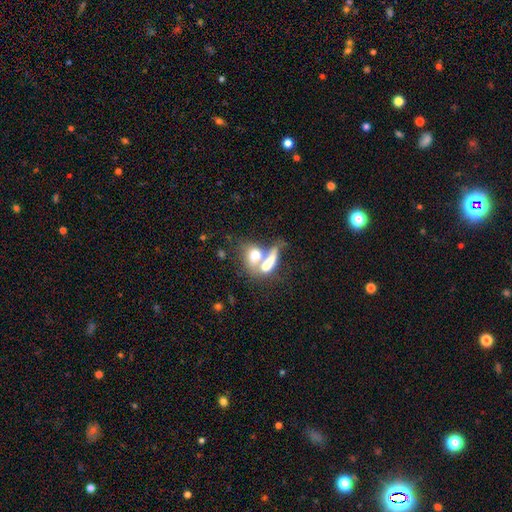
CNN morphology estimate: smooth-or-featured: smooth: 64% | featured or disk: 28% | star or artifact: 9%
  how-rounded: in between: 62% | round: 25% | cigar-shaped: 12%
  merging: merger: 69% | none: 16% | major disturbance: 8% | minor disturbance: 6%